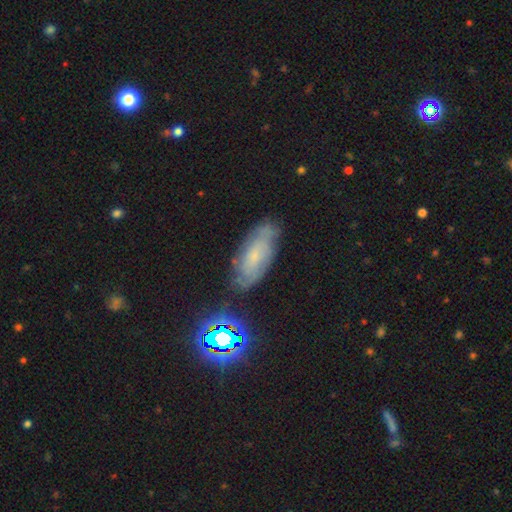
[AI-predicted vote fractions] Morphology: type=featured or disk (51%); edge-on=no (87%); merging=none (73%).